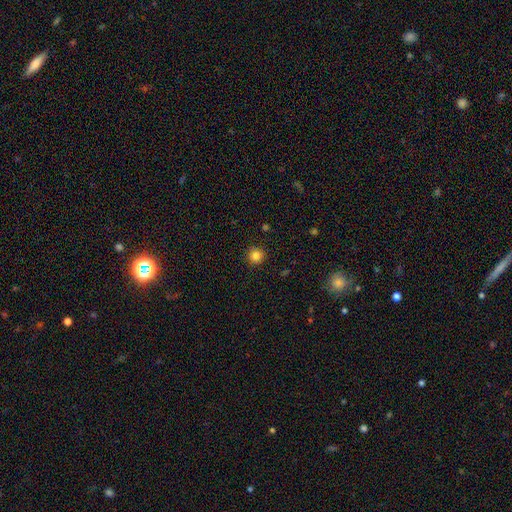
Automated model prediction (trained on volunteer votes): Smooth or featured?
  - smooth: 83% *
  - star or artifact: 12%
  - featured or disk: 5%
How rounded?
  - round: 94% *
  - in between: 5%
  - cigar-shaped: 1%
Merging?
  - none: 90% *
  - minor disturbance: 7%
  - major disturbance: 2%
  - merger: 1%